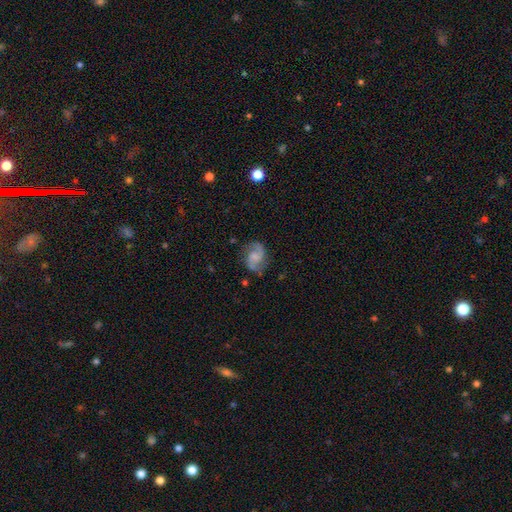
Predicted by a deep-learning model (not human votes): Smooth or featured? Predicted: featured or disk (p=0.83). Edge-on disk? Predicted: no (p=0.98). Bar? Predicted: no (p=0.49). Spiral arms? Predicted: yes (p=0.97). Spiral winding? Predicted: medium (p=0.51). Spiral arm count? Predicted: 2 (p=0.92). Bulge size? Predicted: small (p=0.40). Merging? Predicted: none (p=0.76).